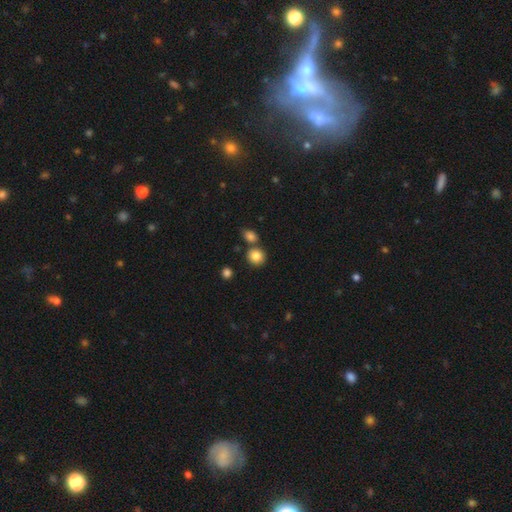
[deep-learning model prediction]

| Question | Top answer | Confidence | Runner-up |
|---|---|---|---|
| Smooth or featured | smooth | 84% | star or artifact (10%) |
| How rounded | round | 85% | in between (14%) |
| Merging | none | 71% | merger (18%) |